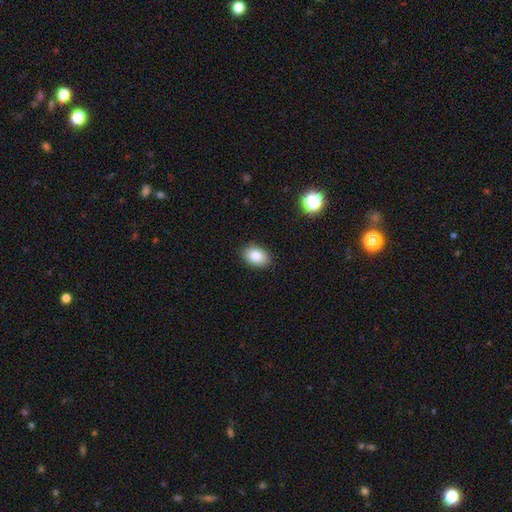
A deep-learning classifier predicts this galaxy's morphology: smooth_or_featured: smooth (p=0.83) [alt: star or artifact p=0.09]
how_rounded: in between (p=0.83) [alt: round p=0.16]
merging: none (p=0.89) [alt: minor disturbance p=0.08]